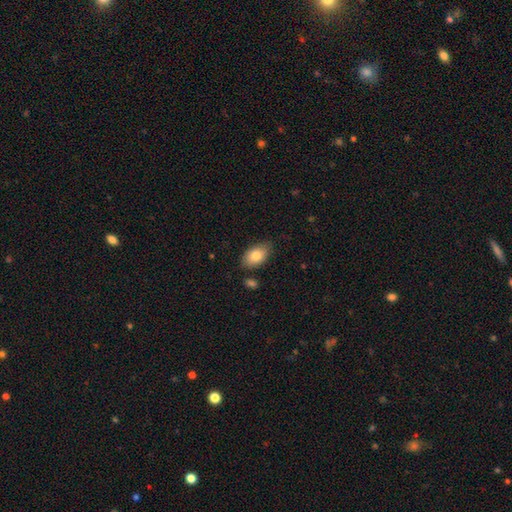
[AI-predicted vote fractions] Morphology: type=smooth (82%); roundness=in between (92%); merging=none (76%).